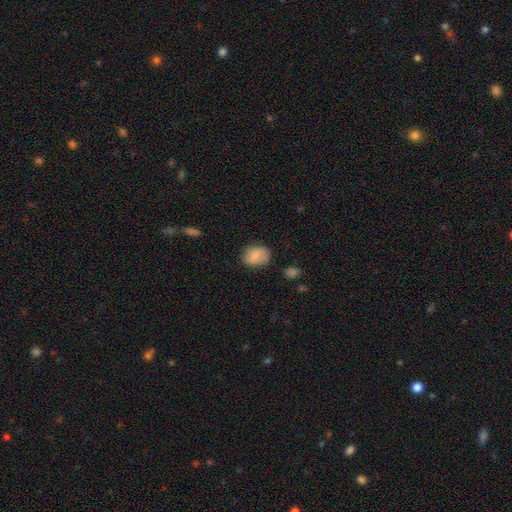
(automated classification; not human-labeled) smooth 85%, star or artifact 8%, featured or disk 8%. Down the decision tree: how rounded — in between (68%); merging — none (76%).